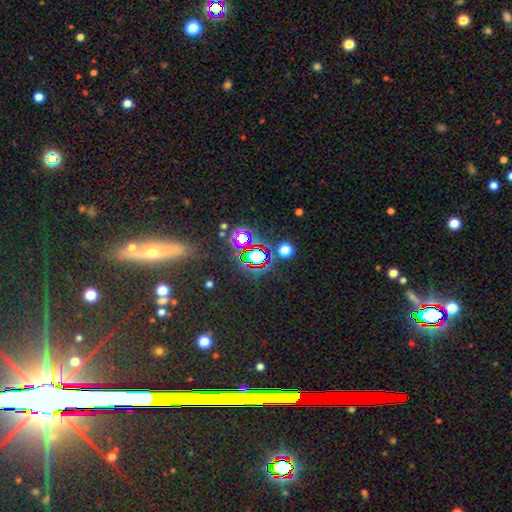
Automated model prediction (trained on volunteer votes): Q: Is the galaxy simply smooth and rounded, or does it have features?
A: star or artifact — 72%.